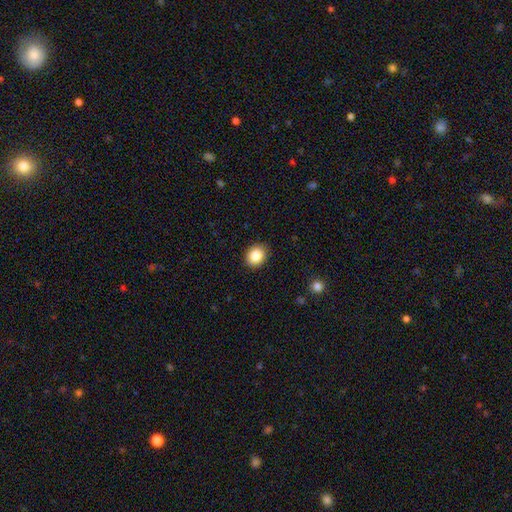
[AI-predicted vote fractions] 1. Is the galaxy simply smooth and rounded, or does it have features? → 87% smooth, 9% star or artifact, 5% featured or disk.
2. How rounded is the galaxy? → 55% round, 44% in between, 1% cigar-shaped.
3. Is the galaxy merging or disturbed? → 89% none, 8% minor disturbance, 2% major disturbance, 1% merger.